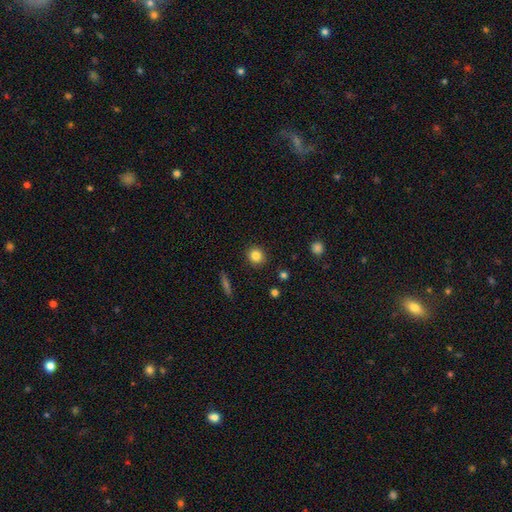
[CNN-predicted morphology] Q: Smooth or featured?
A: smooth (83%); runner-up: star or artifact (11%)
Q: How rounded?
A: round (87%); runner-up: in between (11%)
Q: Merging?
A: none (91%); runner-up: minor disturbance (6%)